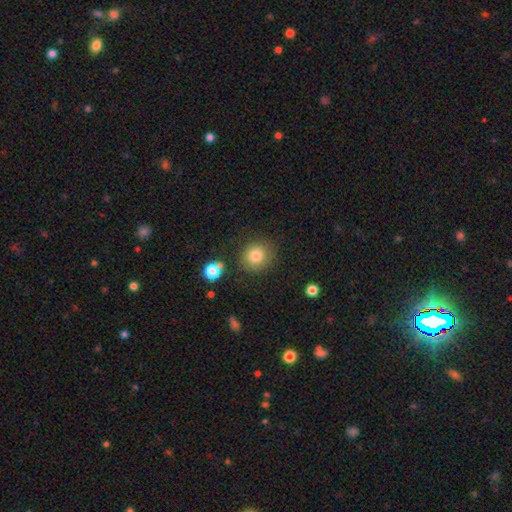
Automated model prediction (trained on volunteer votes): Smooth or featured? smooth (79%)
How rounded? round (84%)
Merging? none (79%)